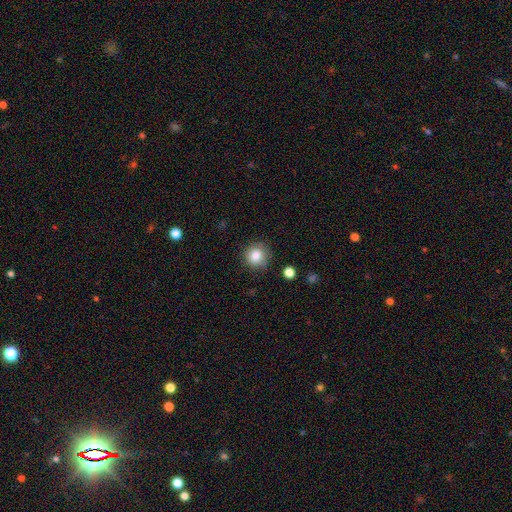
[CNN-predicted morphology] type=smooth (84%); roundness=round (92%); merging=none (85%).